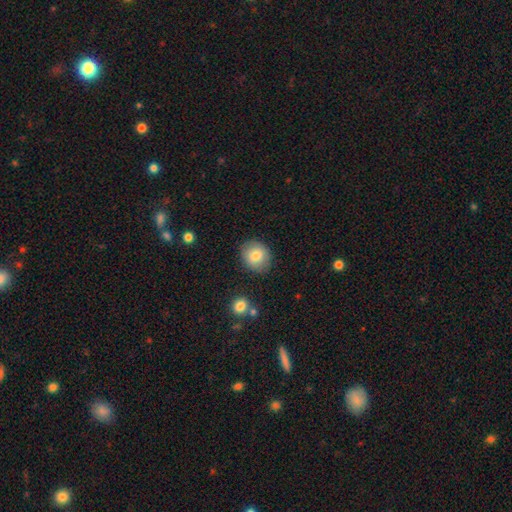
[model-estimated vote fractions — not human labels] Morphology: type=smooth (81%); roundness=round (76%); merging=none (85%).